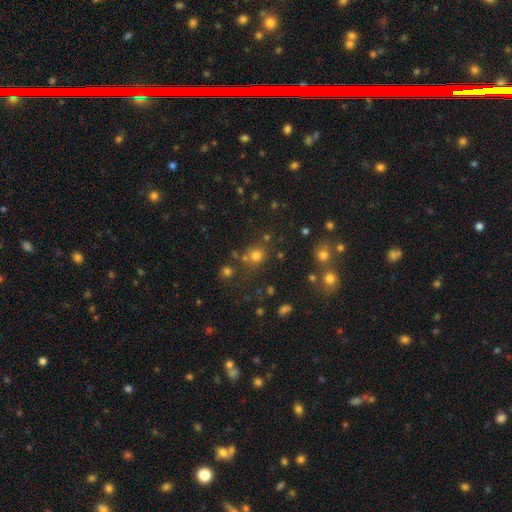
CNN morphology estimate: Smooth or featured? Predicted: smooth (p=0.72). How rounded? Predicted: round (p=0.87). Merging? Predicted: none (p=0.73).